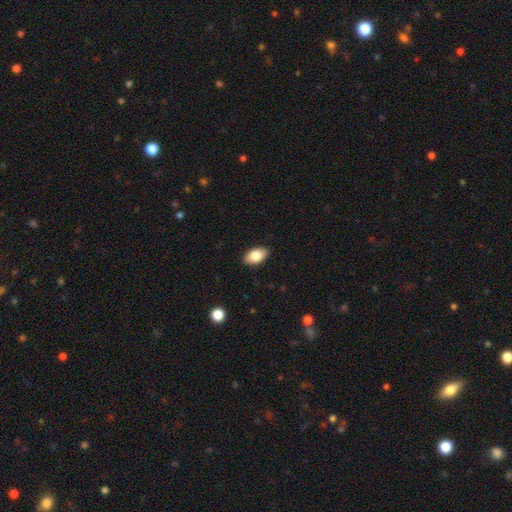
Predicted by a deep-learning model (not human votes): Smooth or featured? smooth (83%)
How rounded? in between (92%)
Merging? none (89%)